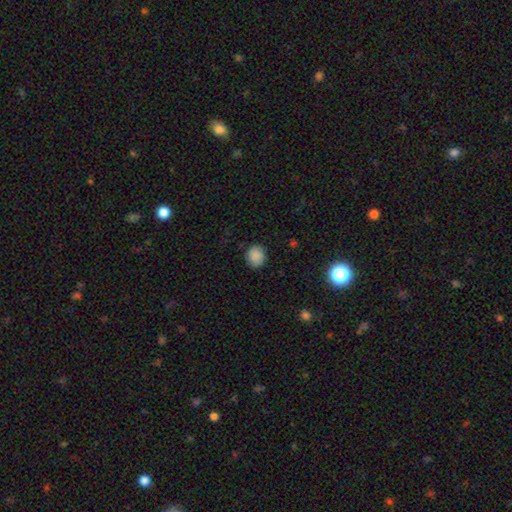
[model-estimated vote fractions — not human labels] Morphology: type=smooth (87%); roundness=round (77%); merging=none (87%).